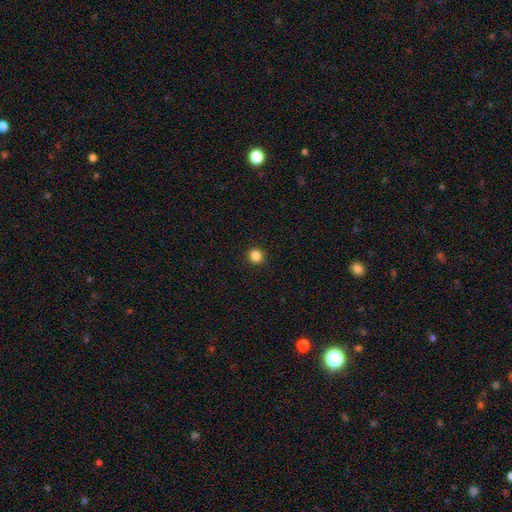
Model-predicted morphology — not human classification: A smooth galaxy with no disk features (85%) that is round (93%). Merging: none (93%).